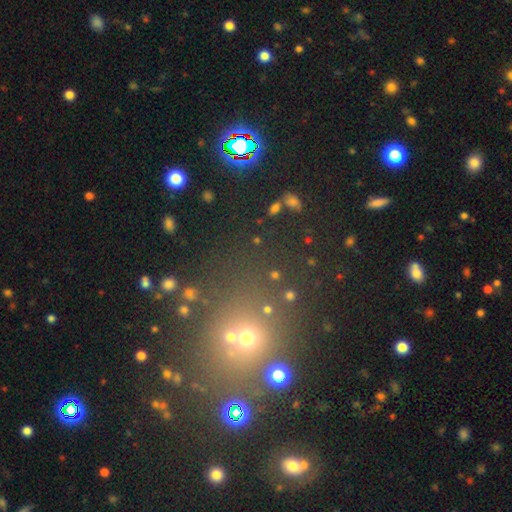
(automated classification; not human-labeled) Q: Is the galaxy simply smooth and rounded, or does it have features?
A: star or artifact — 50%.